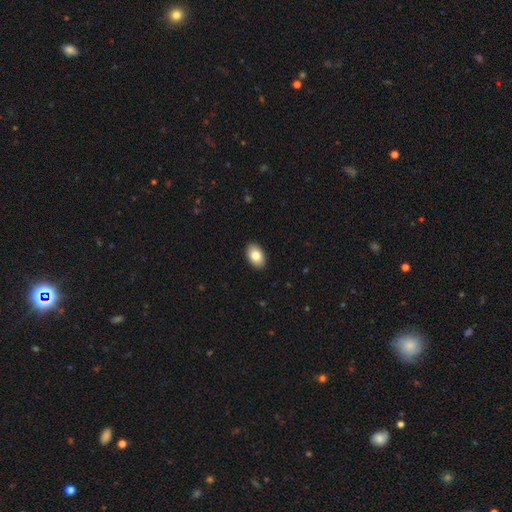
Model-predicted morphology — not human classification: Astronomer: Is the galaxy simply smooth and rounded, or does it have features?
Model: smooth — 82%.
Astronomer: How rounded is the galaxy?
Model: in between — 91%.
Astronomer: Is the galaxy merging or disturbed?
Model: none — 91%.